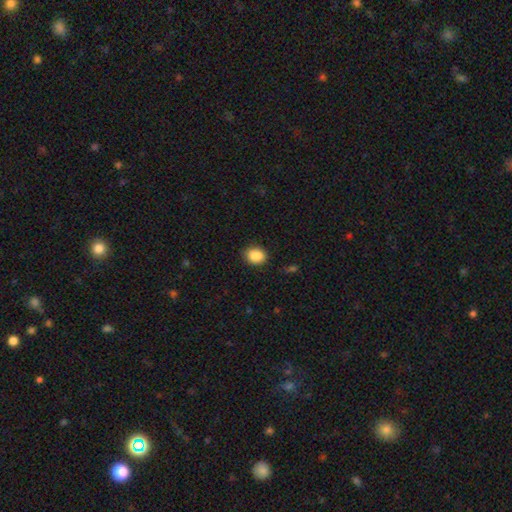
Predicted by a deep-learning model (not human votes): Smooth or featured? Predicted: smooth (p=0.88). How rounded? Predicted: in between (p=0.58). Merging? Predicted: none (p=0.83).